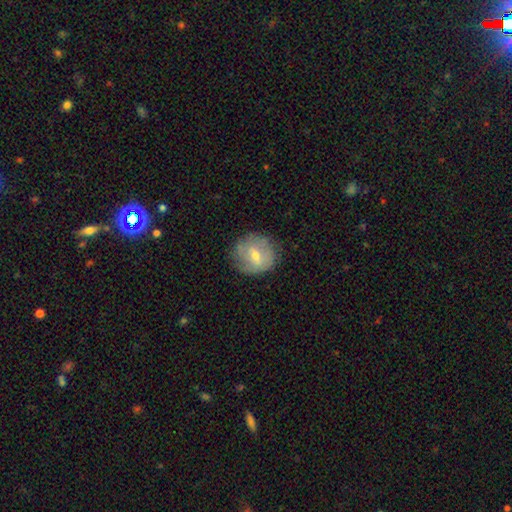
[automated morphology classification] Smooth or featured? Predicted: smooth (p=0.48). Merging? Predicted: none (p=0.79).